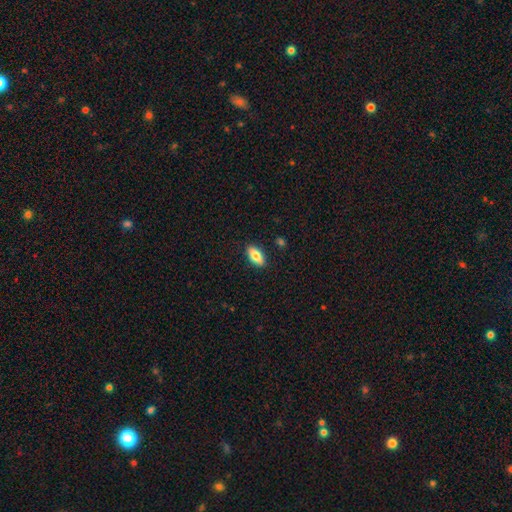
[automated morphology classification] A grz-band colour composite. It shows a smooth galaxy with no disk features (79%) that is in between round and cigar-shaped (87%). Merging: none (89%).